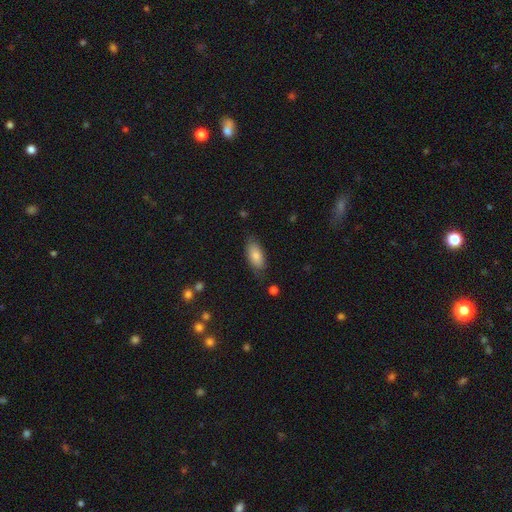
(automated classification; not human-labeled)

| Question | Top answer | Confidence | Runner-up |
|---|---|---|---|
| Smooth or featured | smooth | 83% | featured or disk (11%) |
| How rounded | in between | 88% | cigar-shaped (9%) |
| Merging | none | 76% | minor disturbance (18%) |